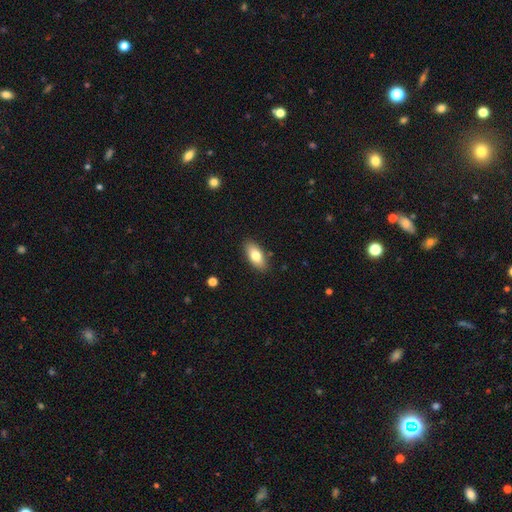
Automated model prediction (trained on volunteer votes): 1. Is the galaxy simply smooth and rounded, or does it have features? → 77% smooth, 17% featured or disk, 7% star or artifact.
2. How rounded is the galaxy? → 88% in between, 9% cigar-shaped, 3% round.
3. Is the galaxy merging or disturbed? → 88% none, 9% minor disturbance, 2% major disturbance, 1% merger.